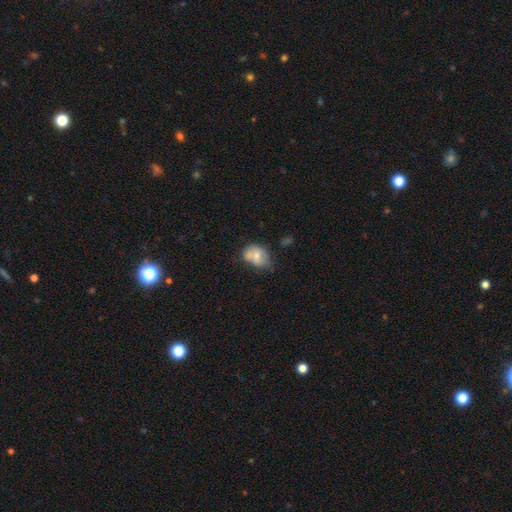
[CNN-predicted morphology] Smooth or featured?
  - smooth: 67% *
  - featured or disk: 25%
  - star or artifact: 9%
How rounded?
  - in between: 65% *
  - round: 34%
  - cigar-shaped: 1%
Merging?
  - none: 38% *
  - minor disturbance: 30%
  - merger: 22%
  - major disturbance: 9%